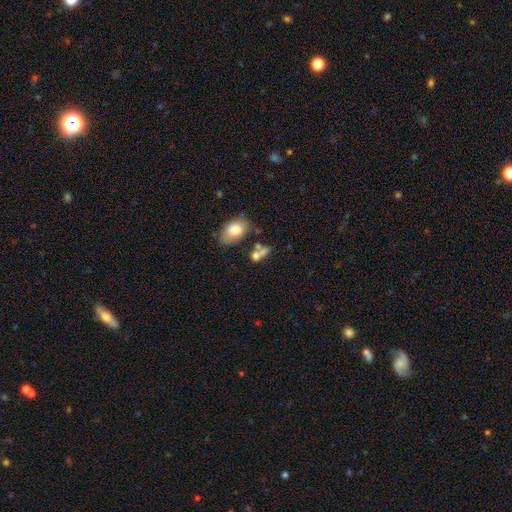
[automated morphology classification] smooth_or_featured: smooth (p=0.67) [alt: featured or disk p=0.19]
how_rounded: in between (p=0.61) [alt: round p=0.32]
merging: merger (p=0.41) [alt: none p=0.36]